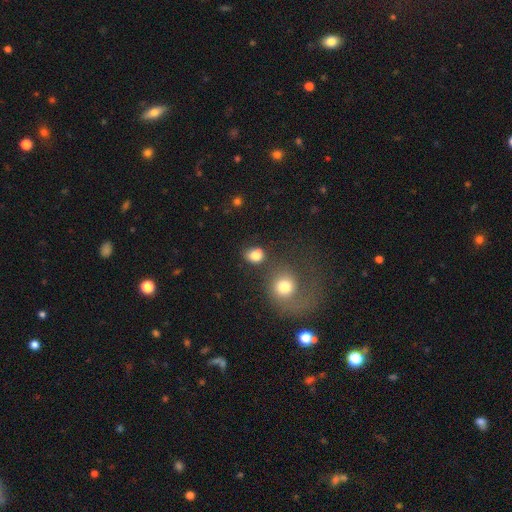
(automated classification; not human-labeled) This appears to be a smooth galaxy with no disk features (81%) that is round (50%). Merging: none (61%).